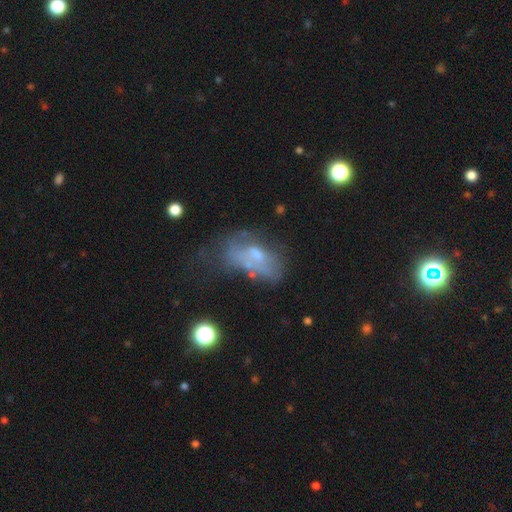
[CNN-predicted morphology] Smooth or featured? featured or disk (46%)
Merging? major disturbance (34%)